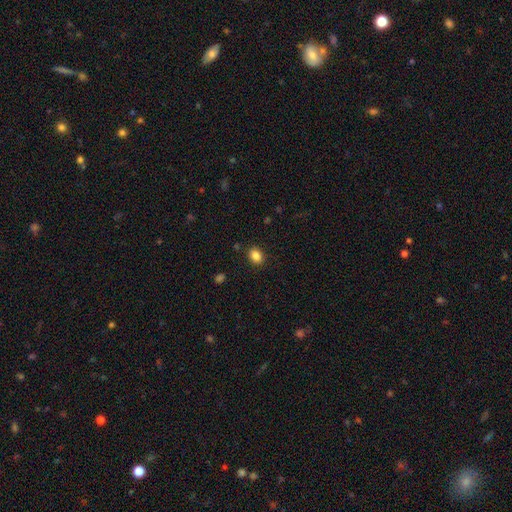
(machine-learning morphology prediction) Smooth or featured: smooth — 86% (star or artifact — 10%)
How rounded: in between — 62% (round — 37%)
Merging: none — 88% (minor disturbance — 8%)